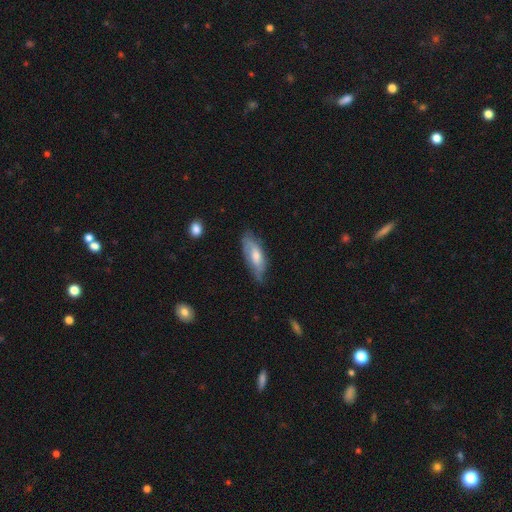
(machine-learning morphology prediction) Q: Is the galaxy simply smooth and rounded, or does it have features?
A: smooth — 50%.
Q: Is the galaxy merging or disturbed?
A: none — 63%.